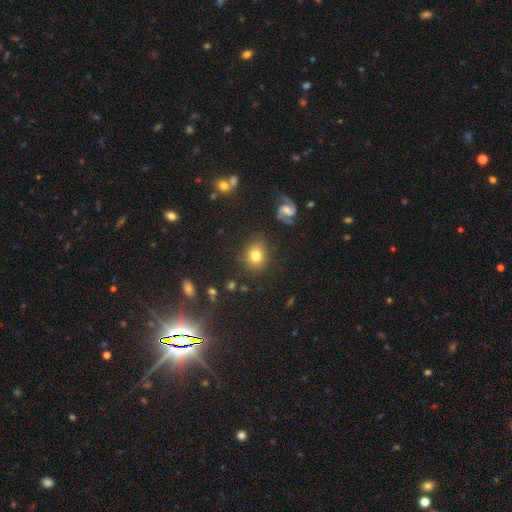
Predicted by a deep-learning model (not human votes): smooth 72%, featured or disk 15%, star or artifact 12%. Down the decision tree: how rounded — round (69%); merging — none (82%).